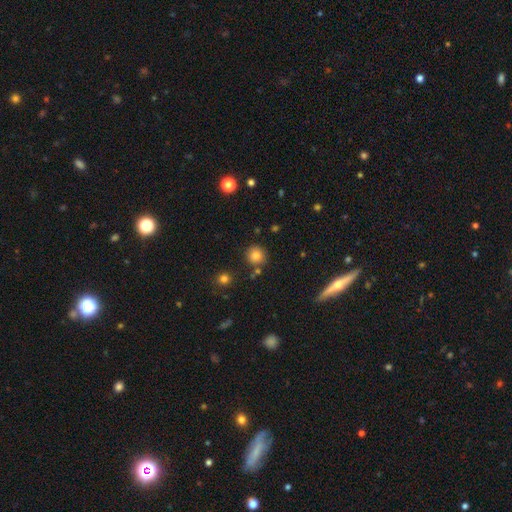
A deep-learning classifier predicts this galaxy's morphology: Q: Smooth or featured?
A: smooth (81%); runner-up: star or artifact (13%)
Q: How rounded?
A: round (91%); runner-up: in between (8%)
Q: Merging?
A: none (83%); runner-up: minor disturbance (9%)